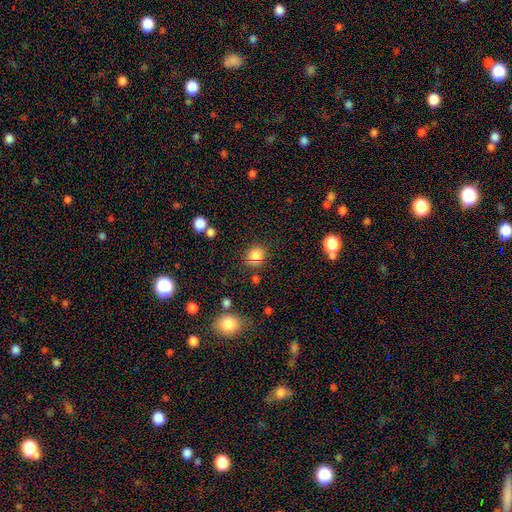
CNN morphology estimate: smooth 82%, star or artifact 12%, featured or disk 6%. Down the decision tree: how rounded — round (76%); merging — none (76%).